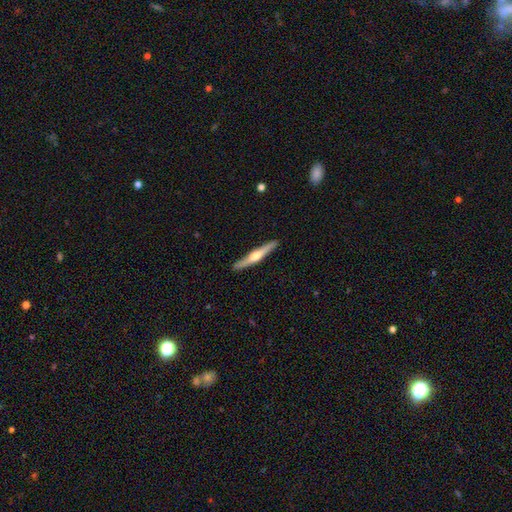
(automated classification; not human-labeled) A featured or disk galaxy (63%) viewed edge-on (97%) with a rounded central bulge (89%).

Vote fractions:
- Smooth or featured? featured or disk: 63% / smooth: 32% / star or artifact: 5%
- Edge-on disk? yes: 97% / no: 3%
- Edge-on bulge? rounded: 89% / none: 6% / boxy: 5%
- Merging? none: 91% / minor disturbance: 7% / major disturbance: 1% / merger: 1%